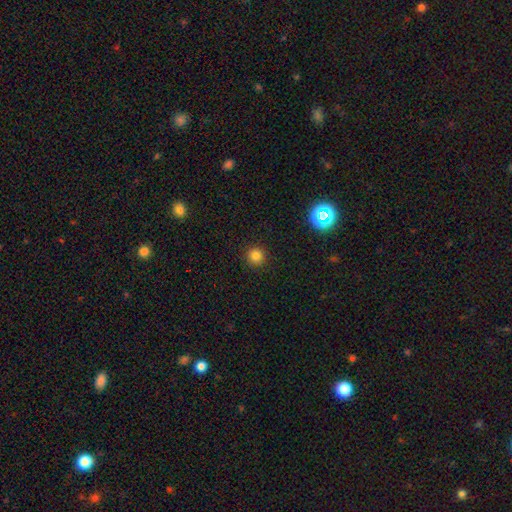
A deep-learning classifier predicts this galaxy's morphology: A smooth galaxy with no disk features (81%) that is round (95%).

Vote fractions:
- Smooth or featured? smooth: 81% / star or artifact: 14% / featured or disk: 4%
- How rounded? round: 95% / in between: 4% / cigar-shaped: 1%
- Merging? none: 92% / minor disturbance: 5% / major disturbance: 2% / merger: 1%